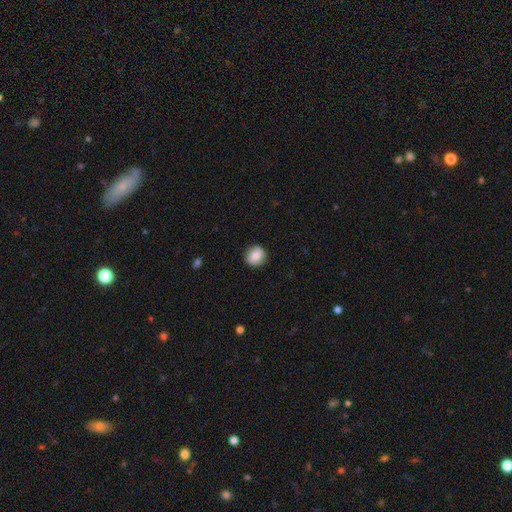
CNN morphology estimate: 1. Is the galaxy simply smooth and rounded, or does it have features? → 83% smooth, 9% featured or disk, 8% star or artifact.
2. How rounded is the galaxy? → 88% round, 11% in between, 1% cigar-shaped.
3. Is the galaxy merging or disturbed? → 89% none, 8% minor disturbance, 2% major disturbance, 1% merger.